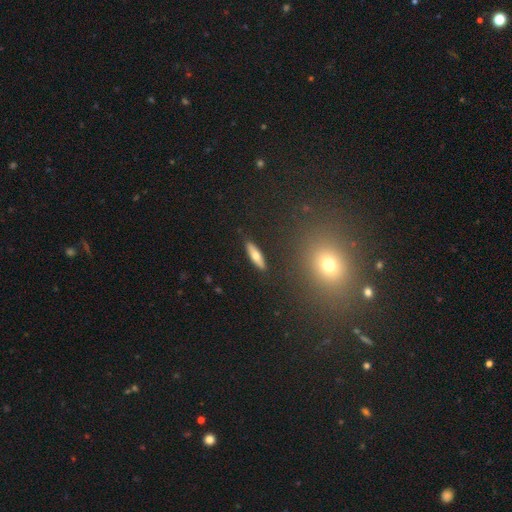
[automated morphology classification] Smooth or featured? smooth (59%)
How rounded? cigar-shaped (63%)
Merging? none (89%)